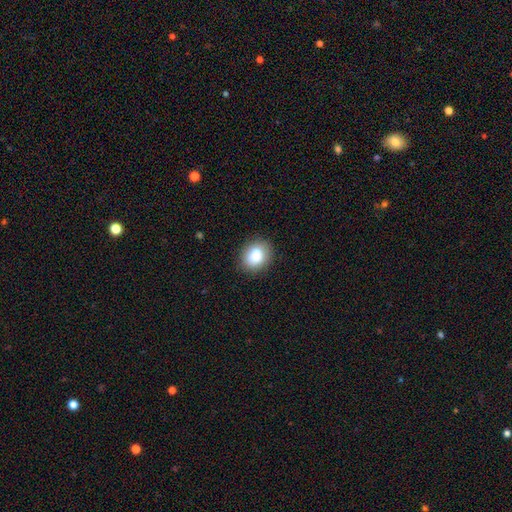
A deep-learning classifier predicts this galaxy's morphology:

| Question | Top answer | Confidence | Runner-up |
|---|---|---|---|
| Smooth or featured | smooth | 87% | star or artifact (8%) |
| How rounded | round | 58% | in between (41%) |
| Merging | none | 85% | minor disturbance (11%) |